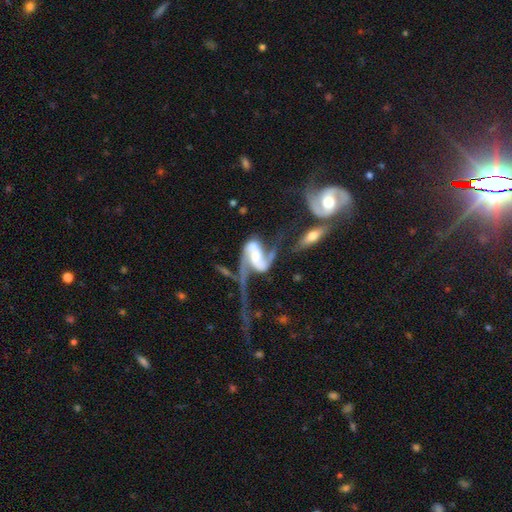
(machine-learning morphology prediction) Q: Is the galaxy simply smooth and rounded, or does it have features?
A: featured or disk — 83%.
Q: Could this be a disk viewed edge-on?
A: no — 96%.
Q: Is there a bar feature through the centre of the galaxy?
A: no — 35%.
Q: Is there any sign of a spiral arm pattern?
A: yes — 92%.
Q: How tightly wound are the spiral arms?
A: loose — 72%.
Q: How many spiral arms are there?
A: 2 — 88%.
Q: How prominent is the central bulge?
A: large — 27%.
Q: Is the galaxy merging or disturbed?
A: major disturbance — 35%.